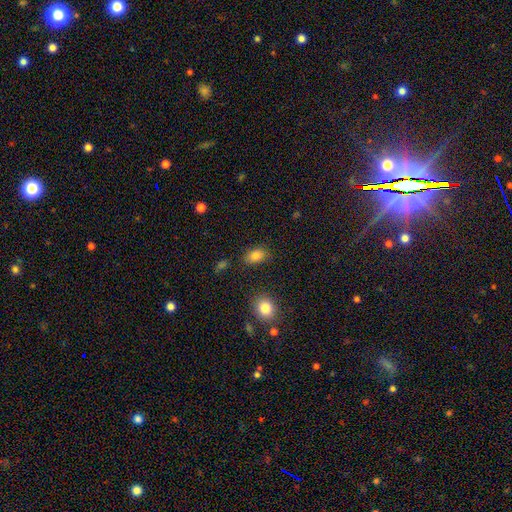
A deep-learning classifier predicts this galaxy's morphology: smooth_or_featured: smooth (p=0.84) [alt: star or artifact p=0.10]
how_rounded: in between (p=0.84) [alt: round p=0.14]
merging: none (p=0.77) [alt: minor disturbance p=0.15]